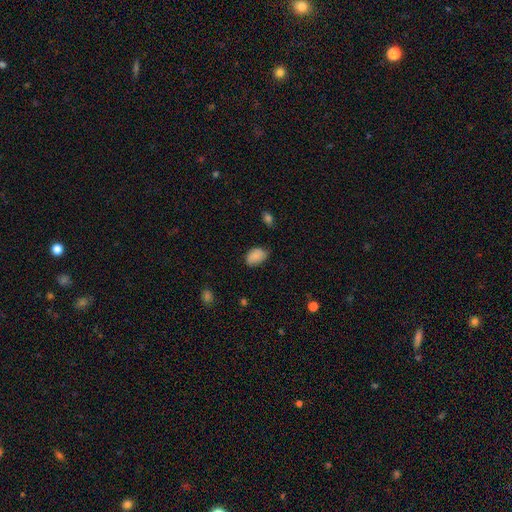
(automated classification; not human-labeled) This is clearly a smooth galaxy (85%). How rounded: clearly in between (87%). Merging: likely none (68%).